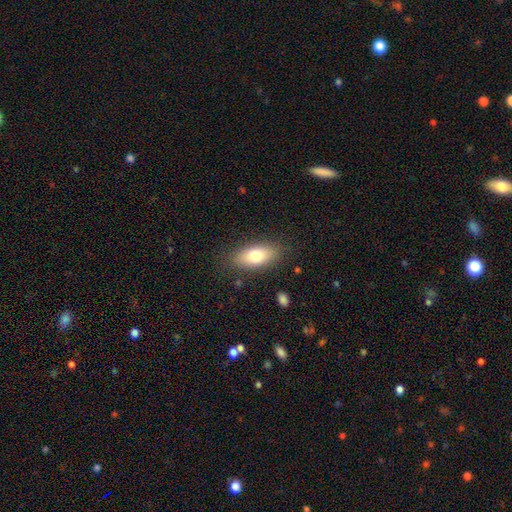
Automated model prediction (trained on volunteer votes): This appears to be a smooth galaxy with no disk features (76%) that is in between round and cigar-shaped (84%). Merging: none (83%).